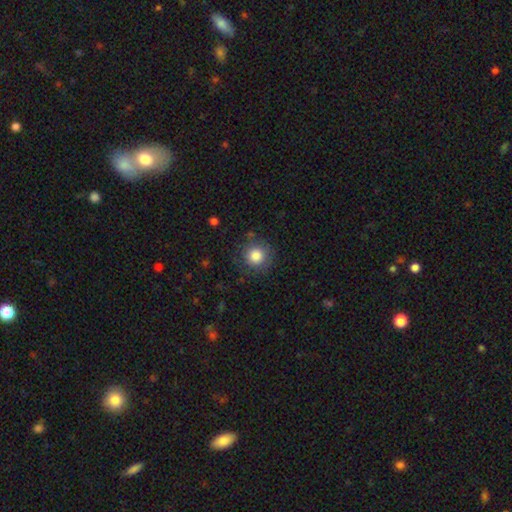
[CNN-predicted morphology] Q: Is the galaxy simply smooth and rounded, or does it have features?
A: smooth — 84%.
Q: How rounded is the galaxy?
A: round — 94%.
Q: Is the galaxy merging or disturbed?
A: none — 84%.